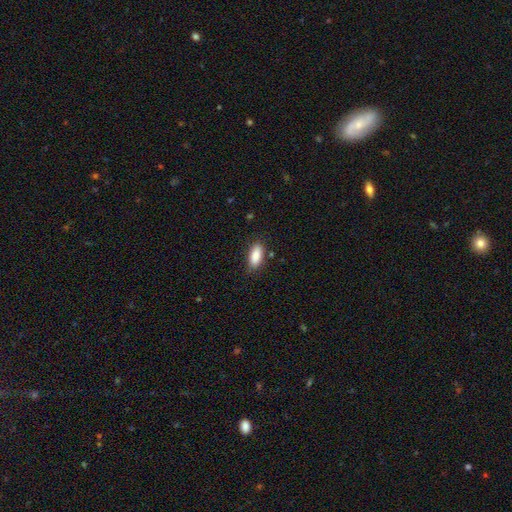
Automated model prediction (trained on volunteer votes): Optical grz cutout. It shows a smooth galaxy with no disk features (88%) that is in between round and cigar-shaped (85%). Merging: none (82%).